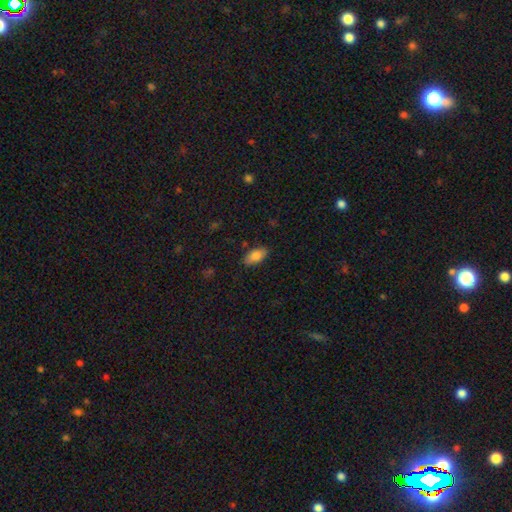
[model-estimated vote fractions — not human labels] Smooth or featured: smooth — 83% (featured or disk — 10%)
How rounded: in between — 92% (cigar-shaped — 5%)
Merging: none — 85% (minor disturbance — 11%)